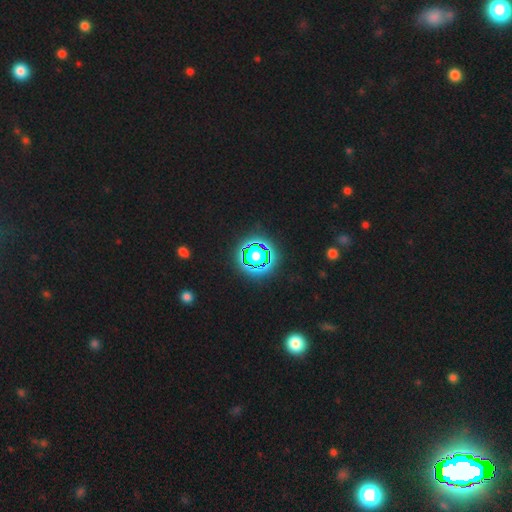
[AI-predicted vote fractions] Smooth or featured? star or artifact (65%)